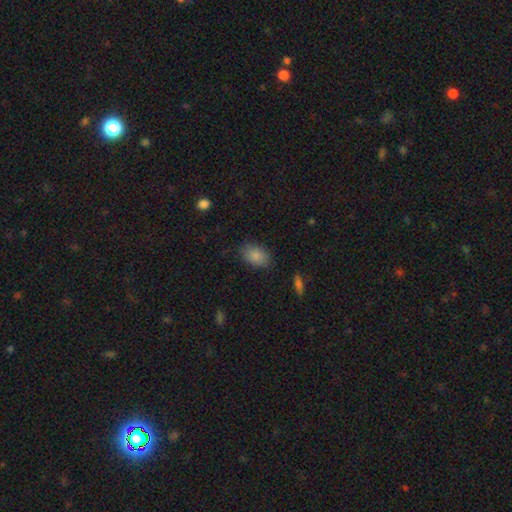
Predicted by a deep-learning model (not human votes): Morphology: type=smooth (86%); roundness=in between (85%); merging=none (83%).